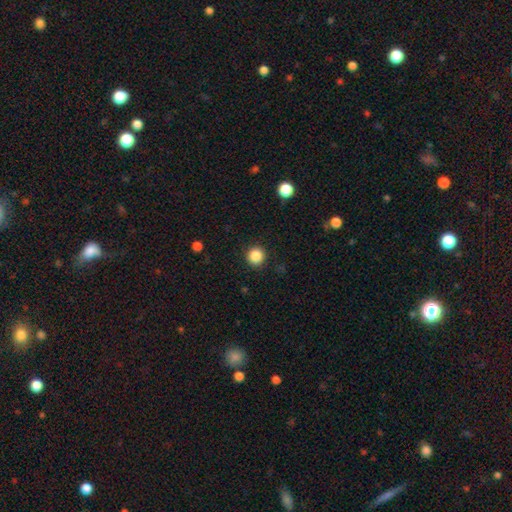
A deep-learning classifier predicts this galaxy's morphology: smooth_or_featured: smooth (p=0.86) [alt: star or artifact p=0.10]
how_rounded: round (p=0.94) [alt: in between p=0.05]
merging: none (p=0.91) [alt: minor disturbance p=0.06]